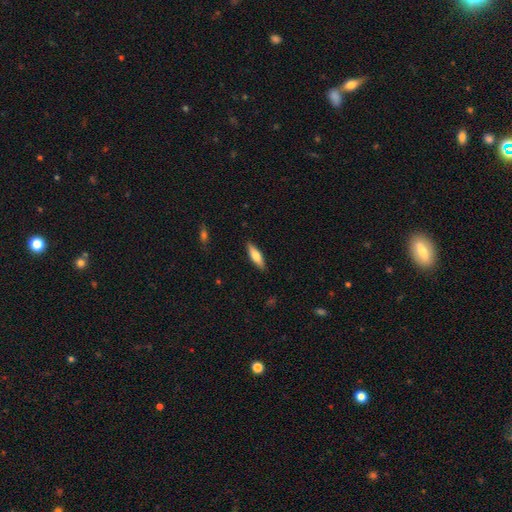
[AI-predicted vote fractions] Overall: smooth (66%; featured or disk 28%). How rounded: cigar-shaped (53%; in between 45%). Merging: none (88%).